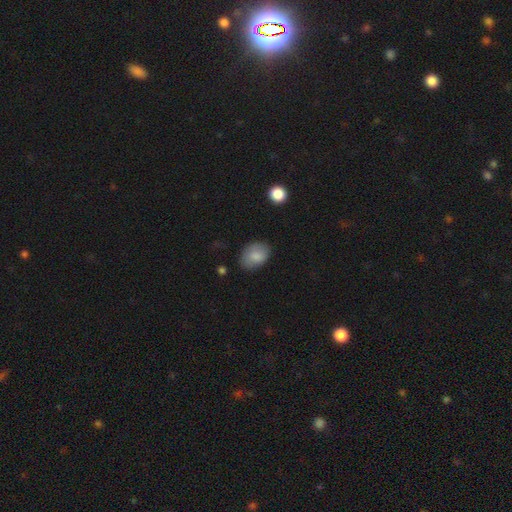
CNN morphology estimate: Smooth or featured? smooth (84%)
How rounded? in between (79%)
Merging? none (76%)